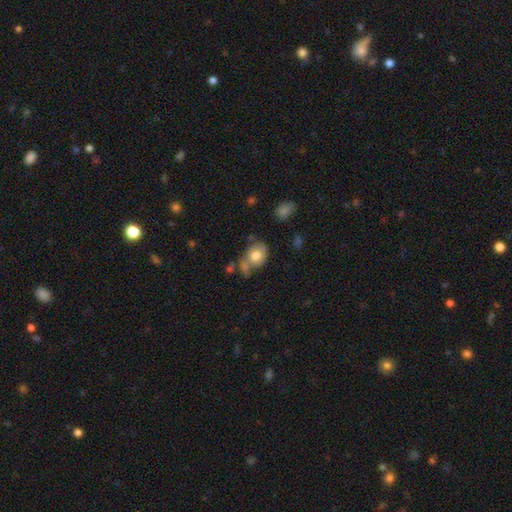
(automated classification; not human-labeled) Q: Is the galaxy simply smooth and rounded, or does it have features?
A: smooth — 76%.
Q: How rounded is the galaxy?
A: in between — 53%.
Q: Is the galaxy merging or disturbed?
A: none — 46%.